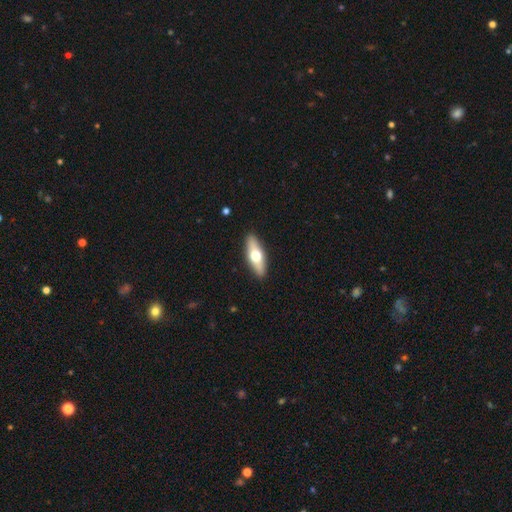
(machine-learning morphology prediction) Smooth or featured? Predicted: smooth (p=0.51). How rounded? Predicted: in between (p=0.54). Merging? Predicted: none (p=0.90).